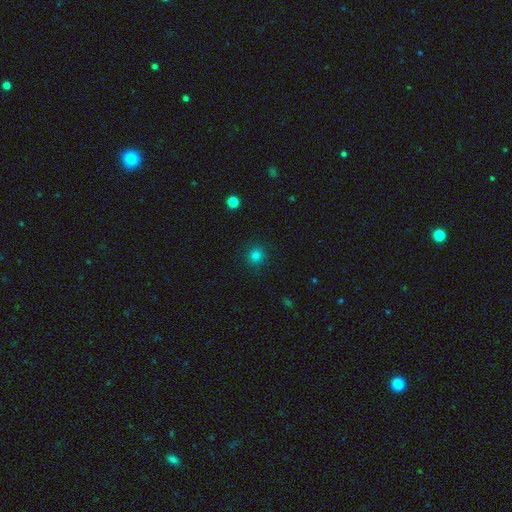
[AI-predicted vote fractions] The model was most divided on "smooth or featured": smooth: 81%, star or artifact: 14%, featured or disk: 4%. More confident: how rounded — round (93%); merging — none (90%).